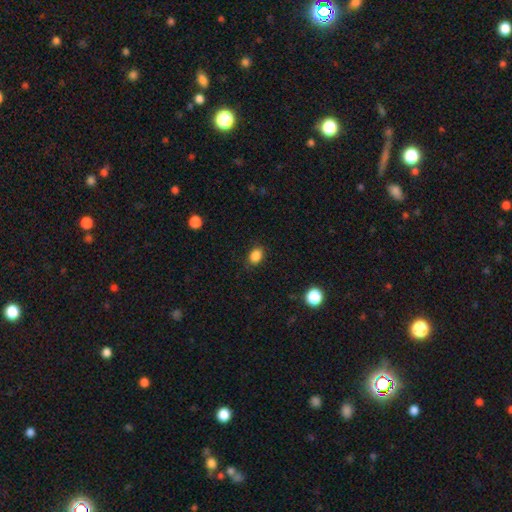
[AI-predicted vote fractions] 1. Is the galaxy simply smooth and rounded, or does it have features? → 86% smooth, 10% star or artifact, 4% featured or disk.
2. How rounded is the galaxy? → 69% in between, 30% round, 1% cigar-shaped.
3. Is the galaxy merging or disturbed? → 83% none, 13% minor disturbance, 3% major disturbance, 1% merger.